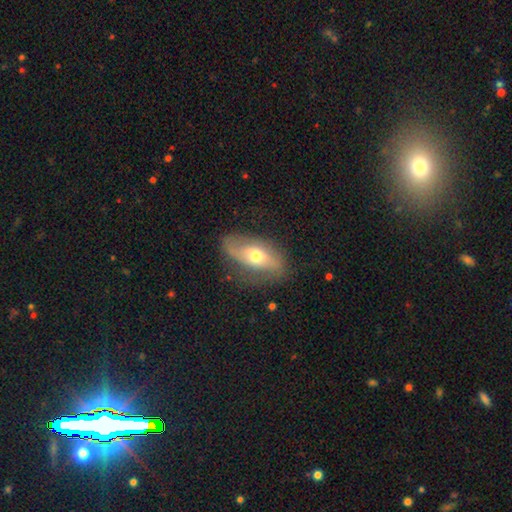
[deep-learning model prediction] Smooth or featured? Predicted: featured or disk (p=0.53). Edge-on disk? Predicted: no (p=0.84). Merging? Predicted: none (p=0.73).